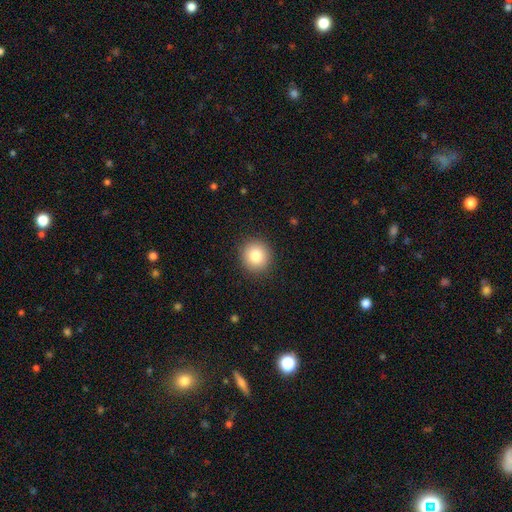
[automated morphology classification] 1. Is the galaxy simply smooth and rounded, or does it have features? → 83% smooth, 10% star or artifact, 7% featured or disk.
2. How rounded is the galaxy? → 91% round, 8% in between, 1% cigar-shaped.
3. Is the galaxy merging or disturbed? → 91% none, 6% minor disturbance, 2% major disturbance, 1% merger.